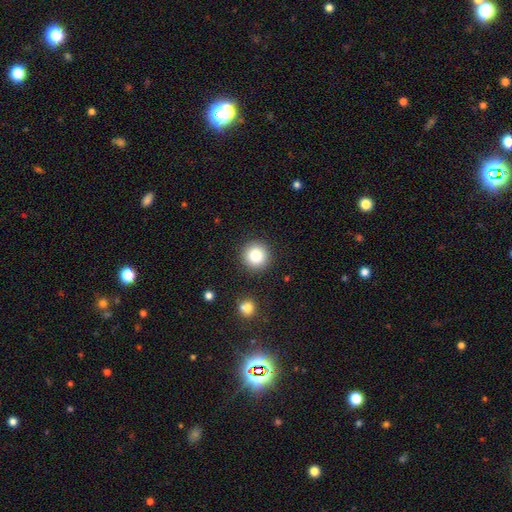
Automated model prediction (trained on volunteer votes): This is clearly a smooth galaxy (83%). How rounded: clearly round (95%). Merging: clearly none (90%).